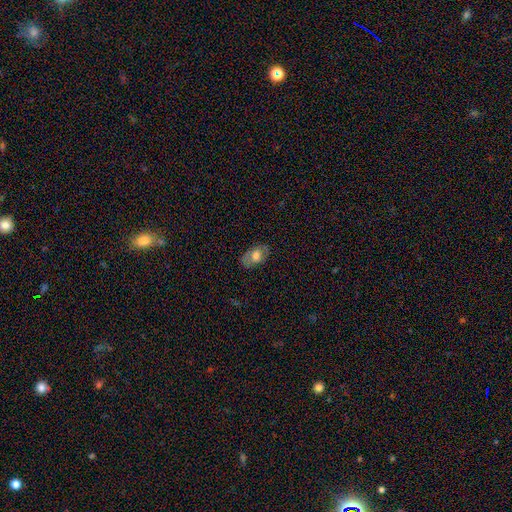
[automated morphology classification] smooth 64%, featured or disk 28%, star or artifact 7%. Down the decision tree: how rounded — in between (89%); merging — none (78%).